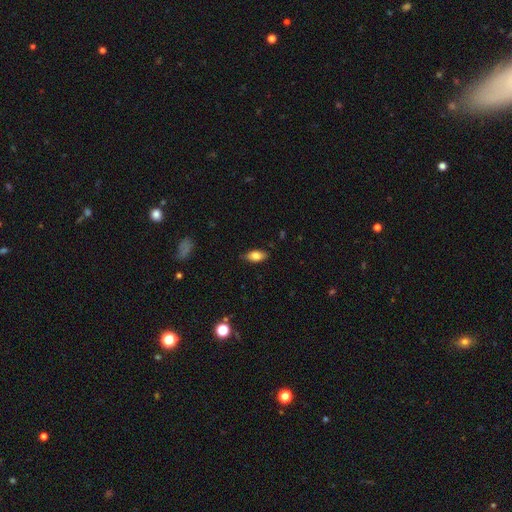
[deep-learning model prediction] A smooth galaxy with no disk features (78%) that is in between round and cigar-shaped (87%).

Vote fractions:
- Smooth or featured? smooth: 78% / featured or disk: 15% / star or artifact: 7%
- How rounded? in between: 87% / cigar-shaped: 9% / round: 4%
- Merging? none: 82% / minor disturbance: 14% / major disturbance: 3% / merger: 1%